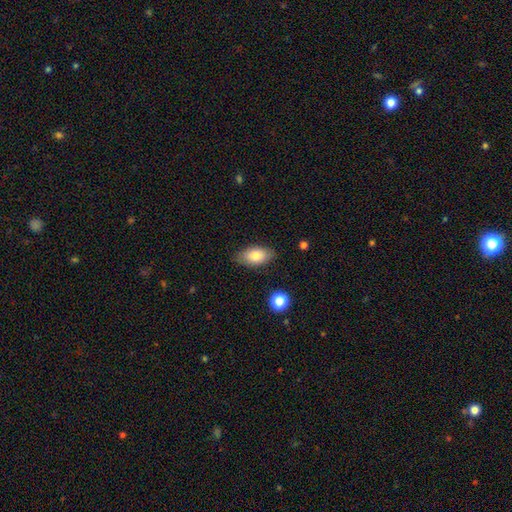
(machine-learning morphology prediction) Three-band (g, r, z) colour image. It shows a smooth galaxy with no disk features (80%) that is in between round and cigar-shaped (92%). Merging: none (82%).